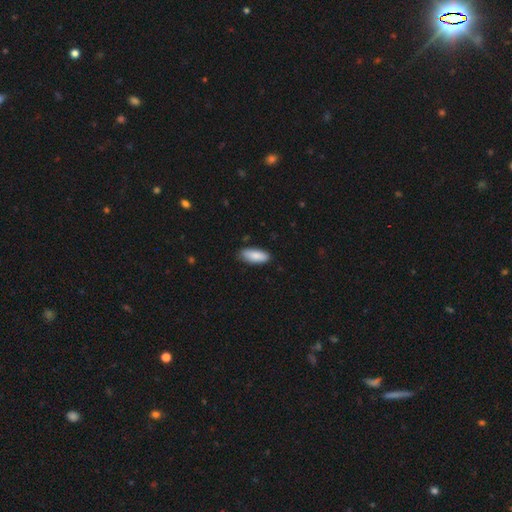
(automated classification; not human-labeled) Smooth or featured? Predicted: smooth (p=0.87). How rounded? Predicted: in between (p=0.78). Merging? Predicted: none (p=0.84).